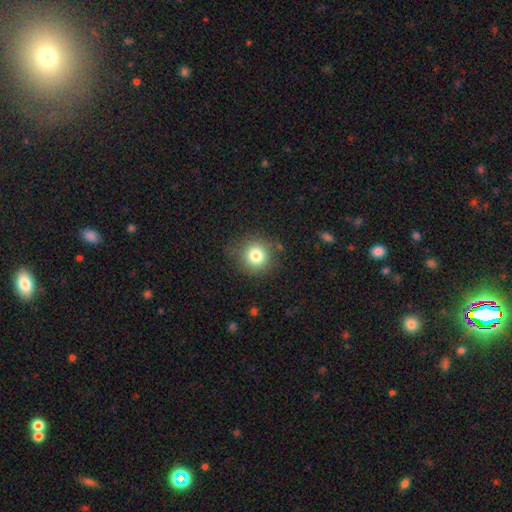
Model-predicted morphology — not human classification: smooth-or-featured: smooth: 80% | star or artifact: 12% | featured or disk: 8%
  how-rounded: round: 91% | in between: 8% | cigar-shaped: 1%
  merging: none: 81% | minor disturbance: 13% | major disturbance: 4% | merger: 2%